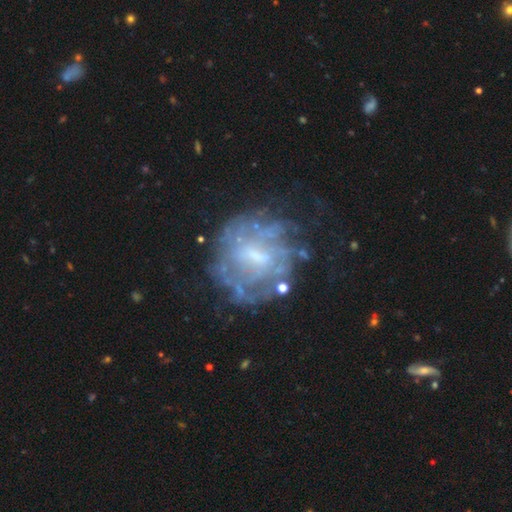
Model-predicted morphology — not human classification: smooth_or_featured: featured or disk (p=0.74) [alt: smooth p=0.16]
disk_edge_on: no (p=0.97) [alt: yes p=0.03]
bar: weak (p=0.50) [alt: no p=0.38]
has_spiral_arms: yes (p=0.50) [tied with: no p=0.50]
bulge_size: small (p=0.39) [alt: moderate p=0.38]
merging: none (p=0.57) [alt: minor disturbance p=0.20]